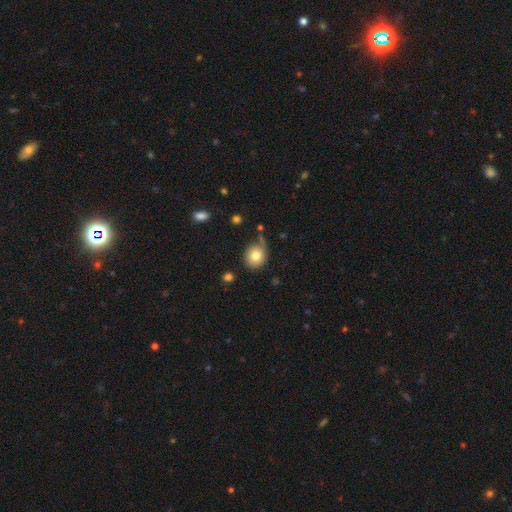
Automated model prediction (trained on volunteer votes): Smooth or featured: smooth — 79% (featured or disk — 11%)
How rounded: round — 77% (in between — 22%)
Merging: none — 64% (minor disturbance — 23%)